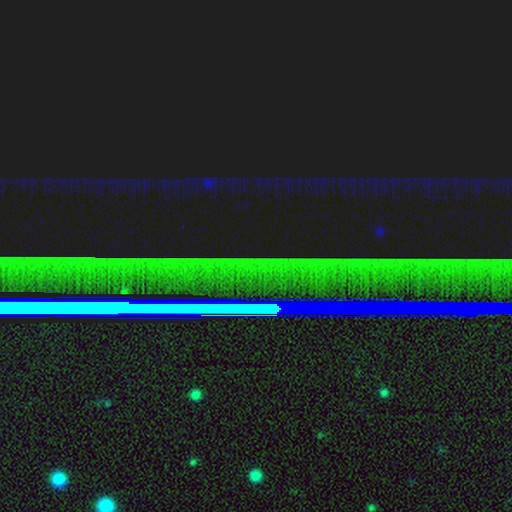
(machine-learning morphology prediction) Smooth or featured? star or artifact (87%)